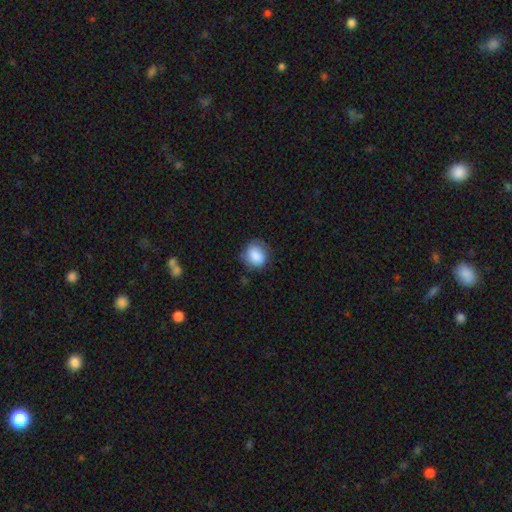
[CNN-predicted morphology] Q: Smooth or featured?
A: smooth (86%); runner-up: star or artifact (8%)
Q: How rounded?
A: round (67%); runner-up: in between (32%)
Q: Merging?
A: none (77%); runner-up: minor disturbance (17%)